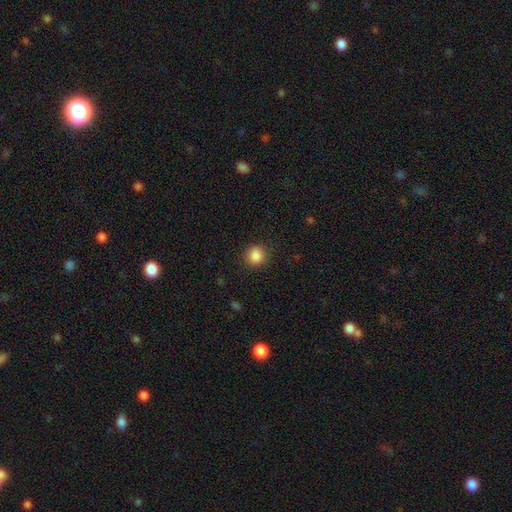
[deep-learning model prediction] Smooth or featured? Predicted: smooth (p=0.87). How rounded? Predicted: round (p=0.89). Merging? Predicted: none (p=0.89).